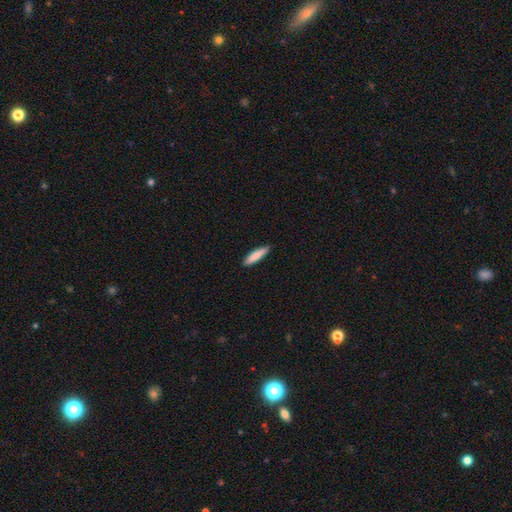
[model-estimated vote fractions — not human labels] Smooth or featured? Predicted: smooth (p=0.84). How rounded? Predicted: cigar-shaped (p=0.80). Merging? Predicted: none (p=0.89).